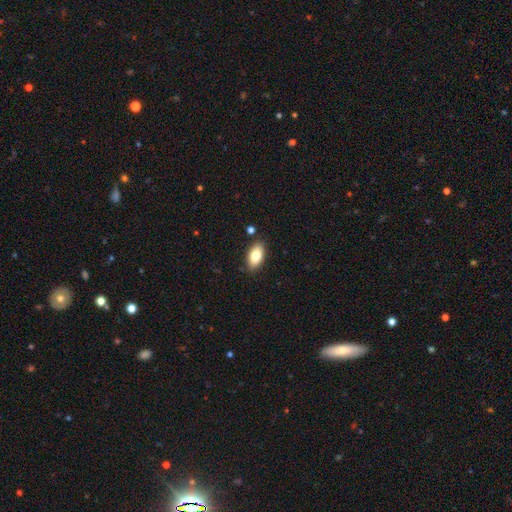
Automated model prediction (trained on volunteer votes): smooth-or-featured: smooth: 80% | featured or disk: 13% | star or artifact: 7%
  how-rounded: in between: 91% | cigar-shaped: 5% | round: 4%
  merging: none: 86% | minor disturbance: 10% | merger: 2% | major disturbance: 2%